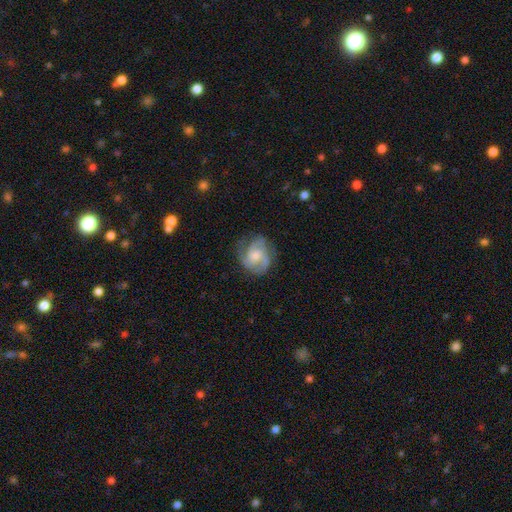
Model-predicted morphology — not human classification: Overall: featured or disk (76%). Edge-on disk: no (98%). Bar: no (63%; weak 32%). Spiral arms: yes (95%). Spiral arm count: 3 (45%; 2 29%). Spiral winding: medium (48%; tight 39%). Bulge size: moderate (48%; small 30%). Merging: none (69%).